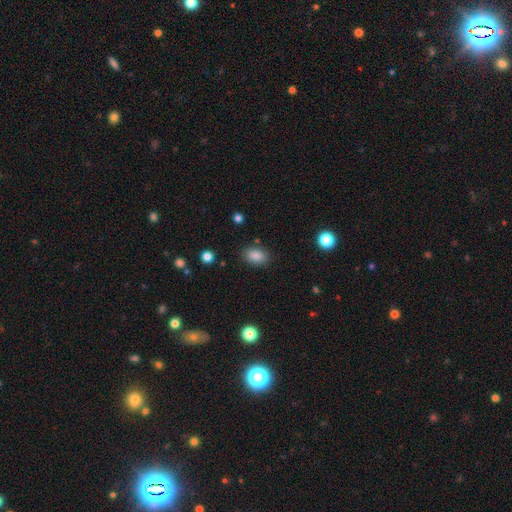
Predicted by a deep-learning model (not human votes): smooth_or_featured: smooth (p=0.86) [alt: star or artifact p=0.09]
how_rounded: in between (p=0.87) [alt: round p=0.12]
merging: none (p=0.85) [alt: minor disturbance p=0.10]